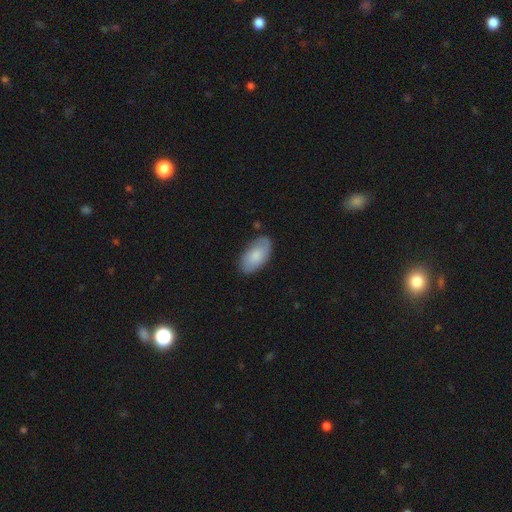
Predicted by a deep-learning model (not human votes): Smooth or featured?
  - smooth: 66% *
  - featured or disk: 28%
  - star or artifact: 6%
How rounded?
  - in between: 95% *
  - round: 3%
  - cigar-shaped: 2%
Merging?
  - none: 77% *
  - minor disturbance: 18%
  - major disturbance: 4%
  - merger: 2%